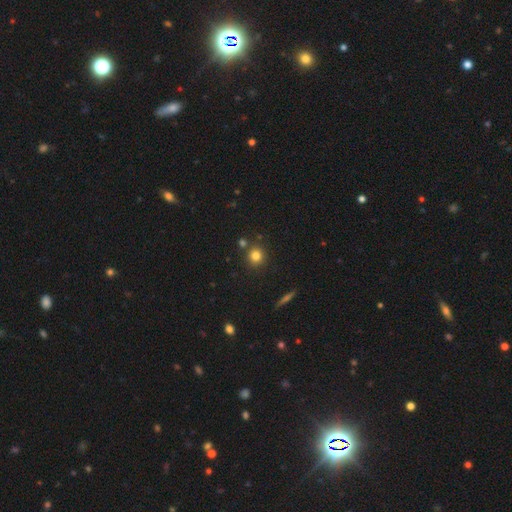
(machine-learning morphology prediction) type=smooth (80%); roundness=round (90%); merging=none (81%).